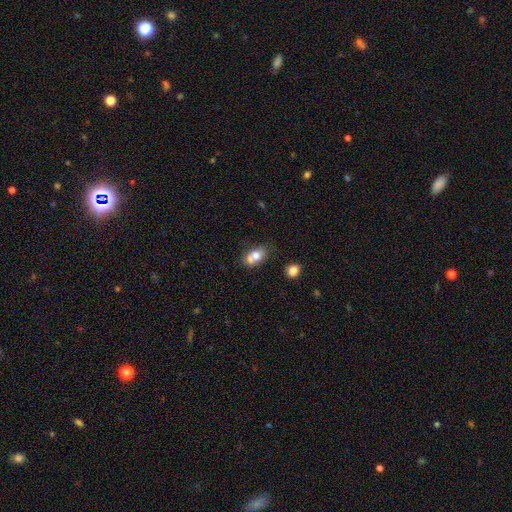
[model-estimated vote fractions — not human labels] Smooth or featured: smooth — 71% (featured or disk — 19%)
How rounded: in between — 73% (round — 24%)
Merging: merger — 44% (none — 37%)